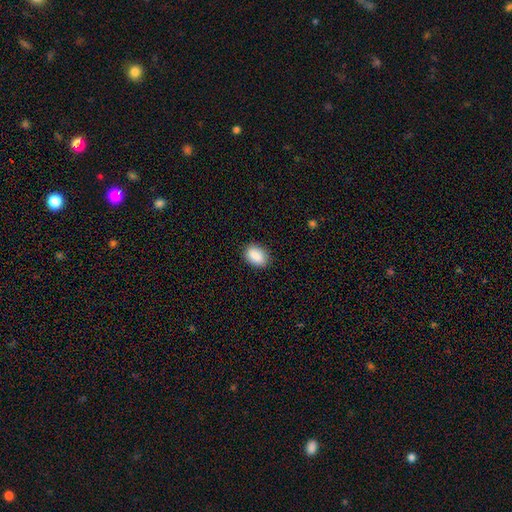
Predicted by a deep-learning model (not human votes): smooth 89%, star or artifact 7%, featured or disk 4%. Down the decision tree: how rounded — in between (86%); merging — none (86%).